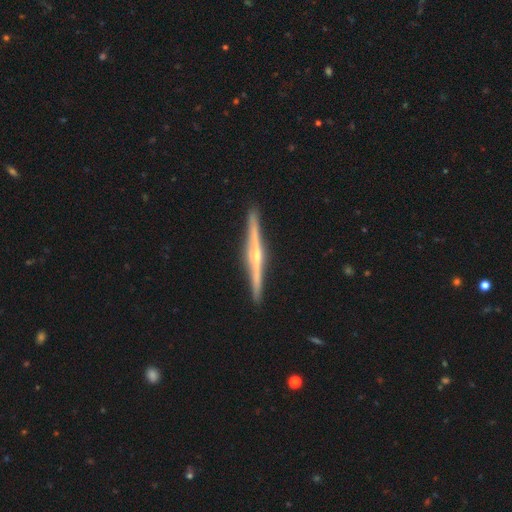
Q: Smooth or featured?
A: featured or disk (92%); runner-up: smooth (8%)
Q: Edge-on disk?
A: yes (92%); runner-up: no (8%)
Q: Edge-on bulge?
A: rounded (82%); runner-up: none (15%)
Q: Merging?
A: none (92%); runner-up: minor disturbance (8%)